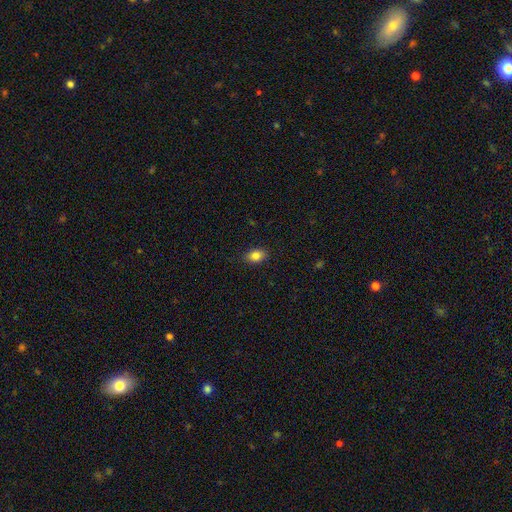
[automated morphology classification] The model was most divided on "how rounded": in between: 78%, round: 21%, cigar-shaped: 1%. More confident: merging — none (88%); smooth or featured — smooth (84%).